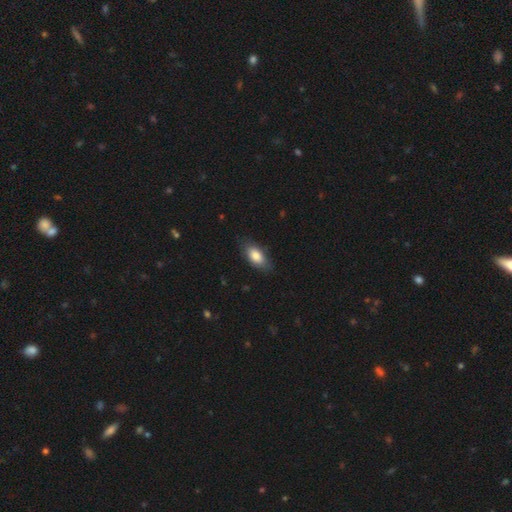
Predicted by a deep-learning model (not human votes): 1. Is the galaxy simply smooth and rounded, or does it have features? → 82% smooth, 11% featured or disk, 7% star or artifact.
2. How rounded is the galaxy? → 90% in between, 6% cigar-shaped, 4% round.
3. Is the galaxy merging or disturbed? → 79% none, 17% minor disturbance, 3% major disturbance, 1% merger.